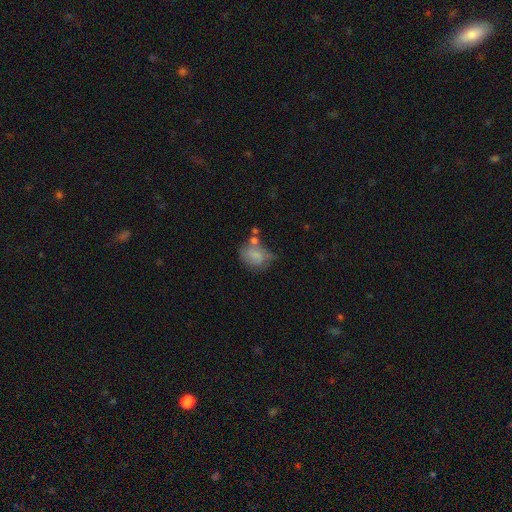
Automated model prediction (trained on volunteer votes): The model was most divided on "merging": none: 38%, minor disturbance: 30%, major disturbance: 18%, merger: 14%. More confident: smooth or featured — smooth (69%); how rounded — in between (56%).